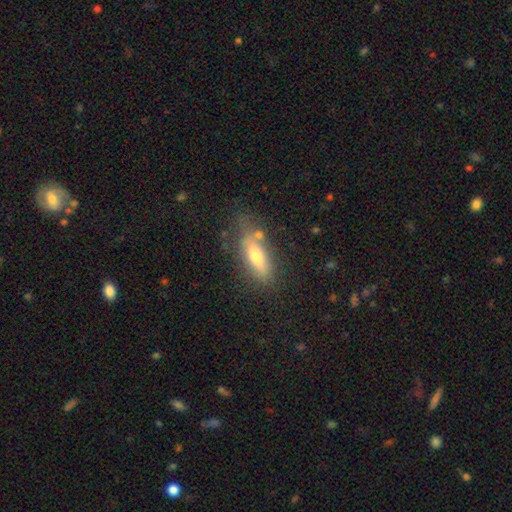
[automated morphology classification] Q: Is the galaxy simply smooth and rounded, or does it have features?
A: smooth — 60%.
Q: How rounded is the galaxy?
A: in between — 55%.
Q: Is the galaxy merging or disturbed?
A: none — 61%.